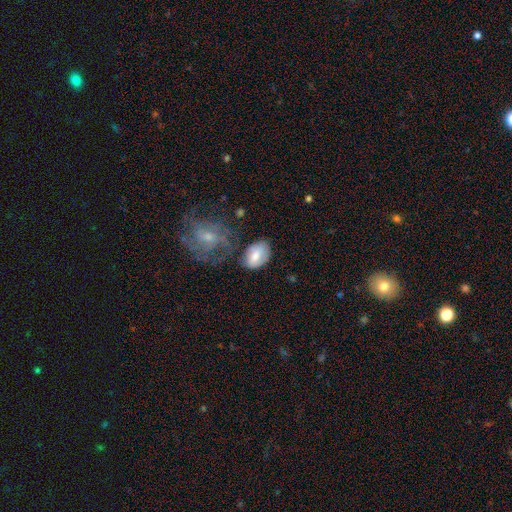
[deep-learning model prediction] smooth 71%, featured or disk 22%, star or artifact 7%. Down the decision tree: how rounded — in between (82%); merging — none (57%).